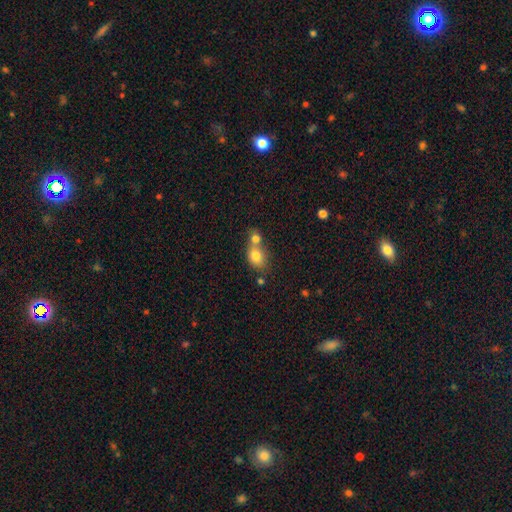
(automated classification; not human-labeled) smooth 79%, featured or disk 12%, star or artifact 9%. Down the decision tree: how rounded — in between (58%); merging — merger (57%).